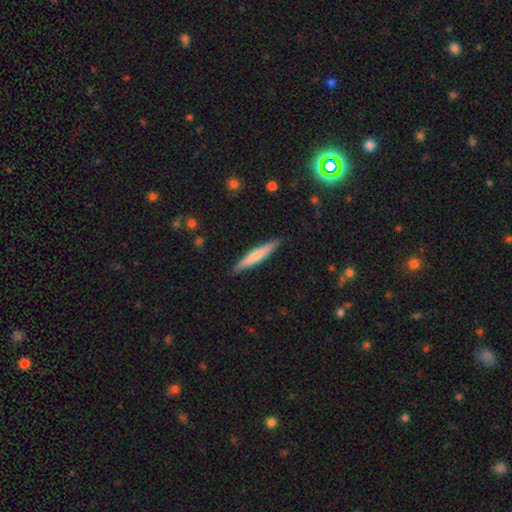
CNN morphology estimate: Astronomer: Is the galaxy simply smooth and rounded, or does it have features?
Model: smooth — 63%.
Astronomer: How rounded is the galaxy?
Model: cigar-shaped — 93%.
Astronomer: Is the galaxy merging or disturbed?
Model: none — 90%.